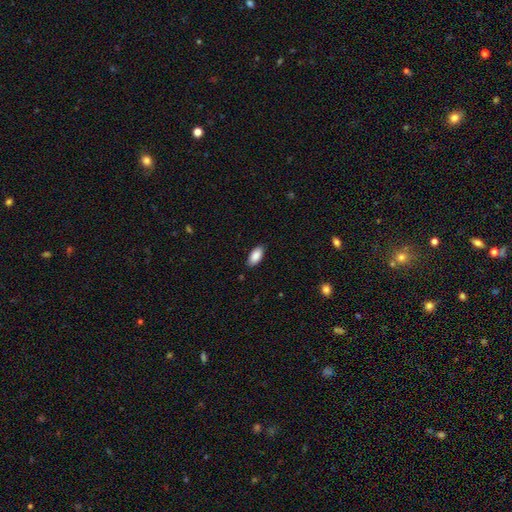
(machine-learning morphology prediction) smooth_or_featured: smooth (p=0.89) [alt: star or artifact p=0.06]
how_rounded: in between (p=0.92) [alt: cigar-shaped p=0.06]
merging: none (p=0.87) [alt: minor disturbance p=0.10]